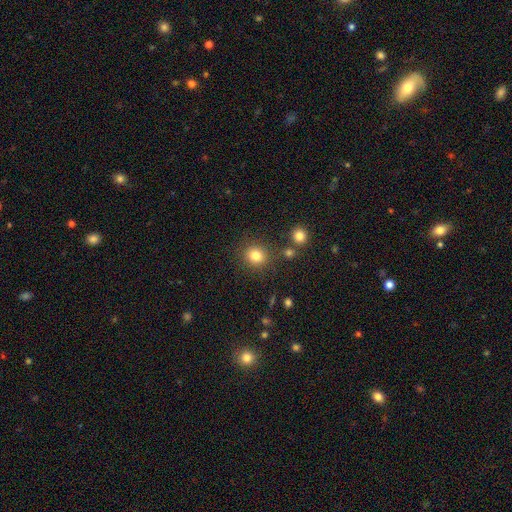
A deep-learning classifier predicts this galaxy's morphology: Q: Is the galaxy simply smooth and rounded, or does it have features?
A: smooth — 82%.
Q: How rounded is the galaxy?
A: round — 85%.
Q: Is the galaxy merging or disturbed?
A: none — 83%.